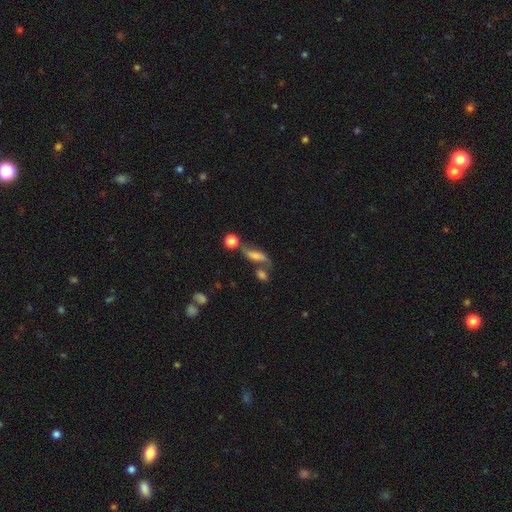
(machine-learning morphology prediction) smooth_or_featured: smooth (p=0.46) [alt: featured or disk p=0.41]
merging: none (p=0.45) [alt: merger p=0.25]